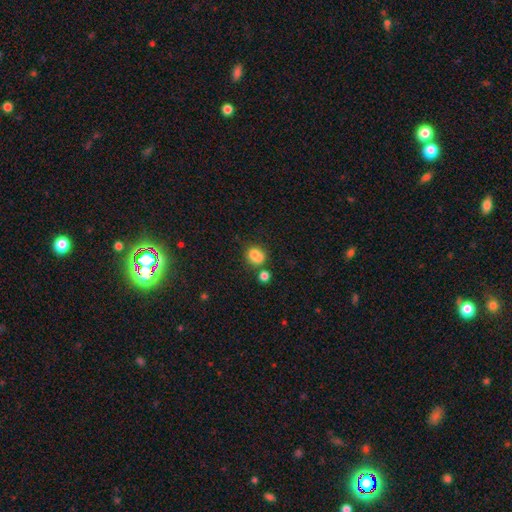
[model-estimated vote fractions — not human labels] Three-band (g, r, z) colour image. It shows a smooth galaxy with no disk features (80%) that is round (59%). Merging: none (49%).